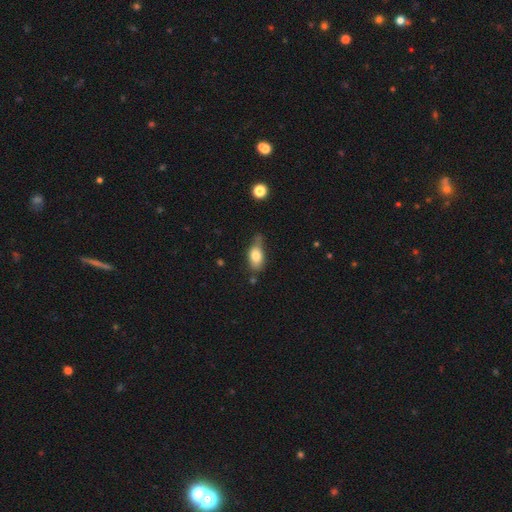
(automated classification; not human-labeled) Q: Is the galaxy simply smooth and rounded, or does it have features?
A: smooth — 78%.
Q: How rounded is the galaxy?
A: in between — 86%.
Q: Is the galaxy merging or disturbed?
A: none — 47%.